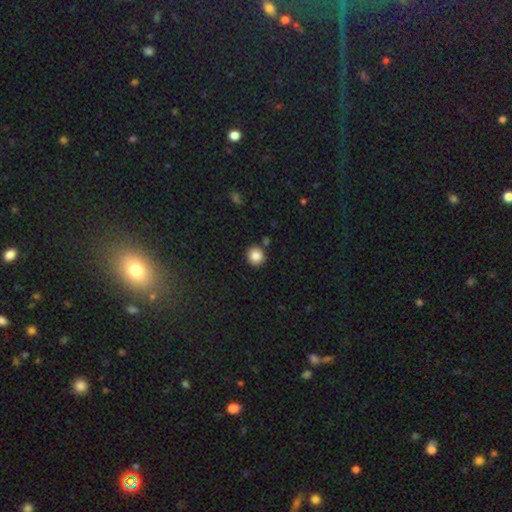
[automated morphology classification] Overall: smooth (85%). How rounded: round (91%). Merging: none (87%).